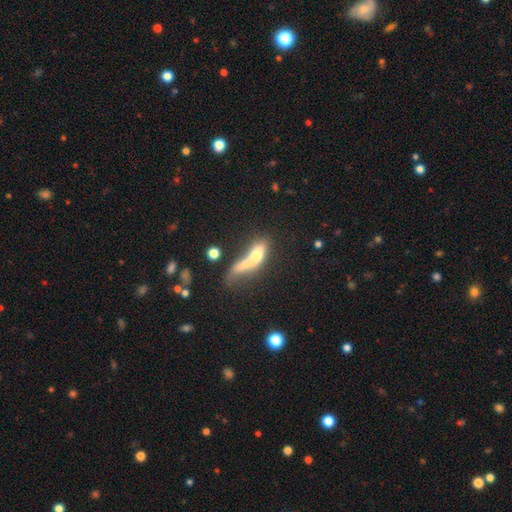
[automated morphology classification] smooth_or_featured: smooth (p=0.58) [alt: featured or disk p=0.31]
how_rounded: cigar-shaped (p=0.49) [alt: in between p=0.44]
merging: merger (p=0.50) [alt: none p=0.19]